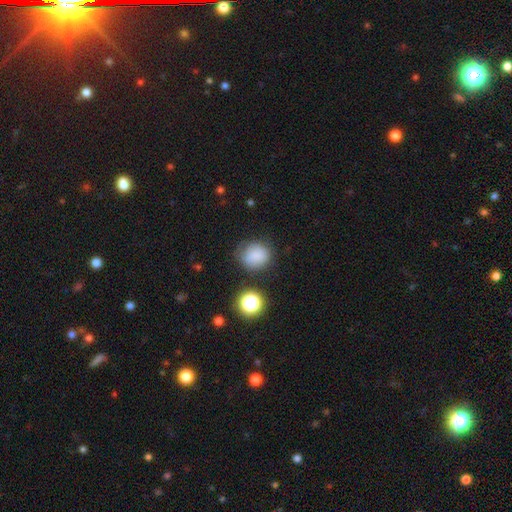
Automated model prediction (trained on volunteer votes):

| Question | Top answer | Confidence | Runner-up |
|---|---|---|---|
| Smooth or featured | smooth | 81% | star or artifact (11%) |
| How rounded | round | 75% | in between (24%) |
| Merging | none | 68% | minor disturbance (21%) |